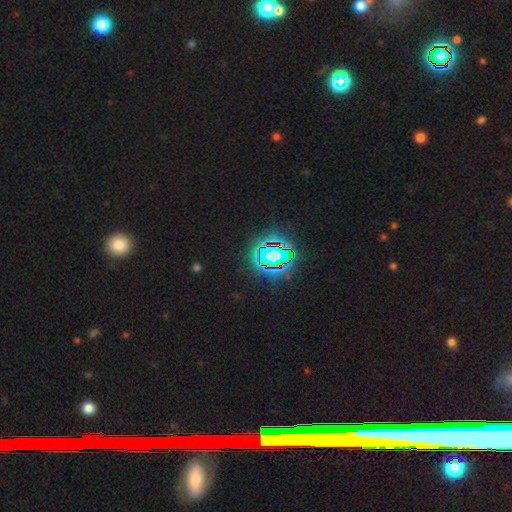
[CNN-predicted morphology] Smooth or featured?
  - star or artifact: 79% *
  - smooth: 12%
  - featured or disk: 9%